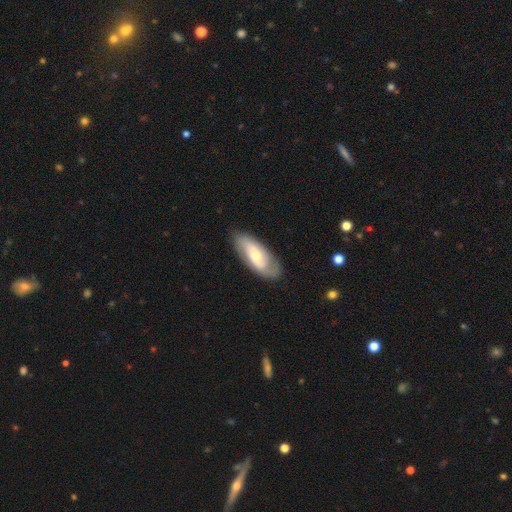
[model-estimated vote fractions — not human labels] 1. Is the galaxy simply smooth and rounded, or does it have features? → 58% featured or disk, 36% smooth, 5% star or artifact.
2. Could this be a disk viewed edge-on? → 89% no, 11% yes.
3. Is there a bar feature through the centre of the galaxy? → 56% no, 34% weak, 11% strong.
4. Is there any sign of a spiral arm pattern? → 78% yes, 22% no.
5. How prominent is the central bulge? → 51% moderate, 43% small, 4% large, 1% none, 1% dominant.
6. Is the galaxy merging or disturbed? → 81% none, 14% minor disturbance, 4% major disturbance, 1% merger.